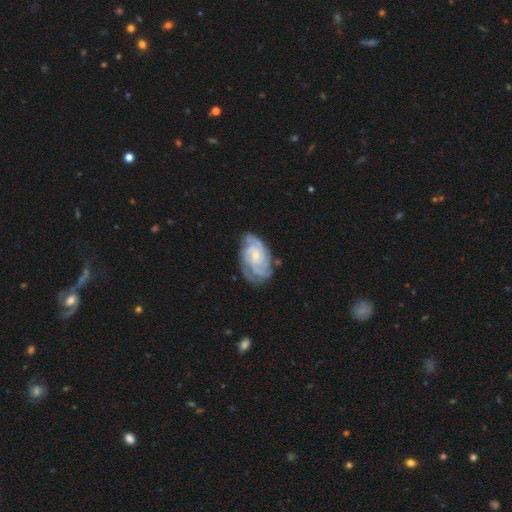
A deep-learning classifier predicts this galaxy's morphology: A featured or disk galaxy (86%) with no bar (68%), 3 (31%) tight (65%) spiral arms (97%) and a small central bulge (64%). Merging: none (72%).